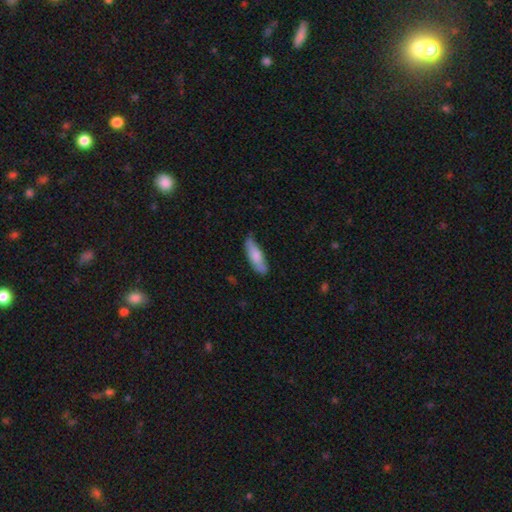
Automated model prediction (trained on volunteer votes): Q: Smooth or featured?
A: smooth (78%); runner-up: featured or disk (17%)
Q: How rounded?
A: in between (53%); runner-up: cigar-shaped (45%)
Q: Merging?
A: none (70%); runner-up: minor disturbance (24%)